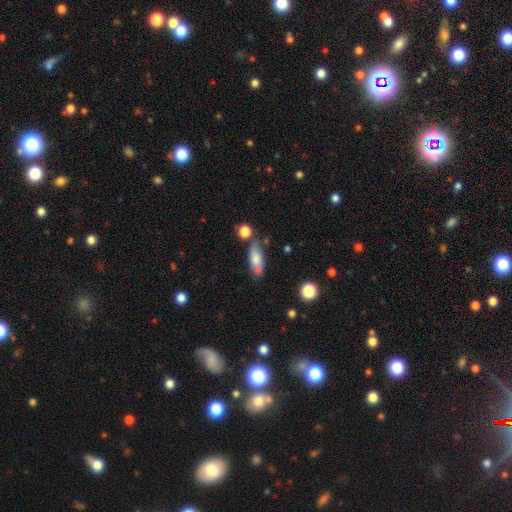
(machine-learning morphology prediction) Smooth or featured: smooth — 66% (featured or disk — 25%)
How rounded: in between — 60% (cigar-shaped — 36%)
Merging: none — 66% (minor disturbance — 18%)